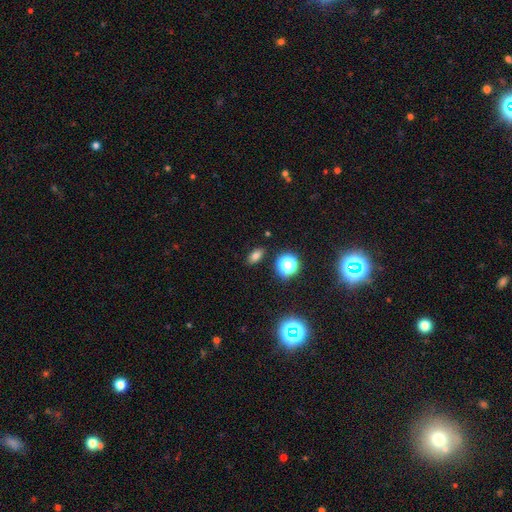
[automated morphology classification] The model was most divided on "smooth or featured": smooth: 74%, star or artifact: 19%, featured or disk: 7%. More confident: merging — none (87%); how rounded — in between (81%).